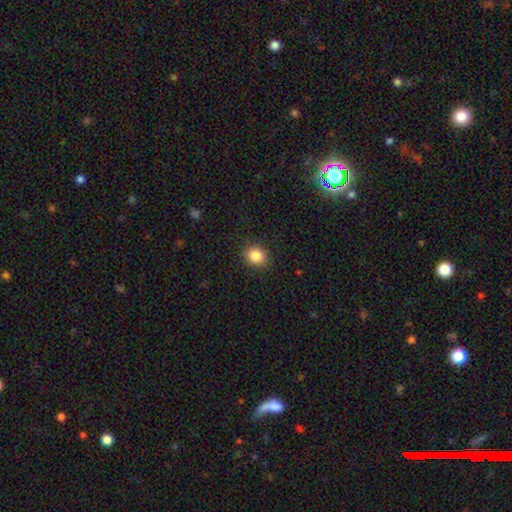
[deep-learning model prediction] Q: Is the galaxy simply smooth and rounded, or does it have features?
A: smooth — 85%.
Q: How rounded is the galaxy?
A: round — 70%.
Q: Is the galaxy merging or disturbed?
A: none — 89%.